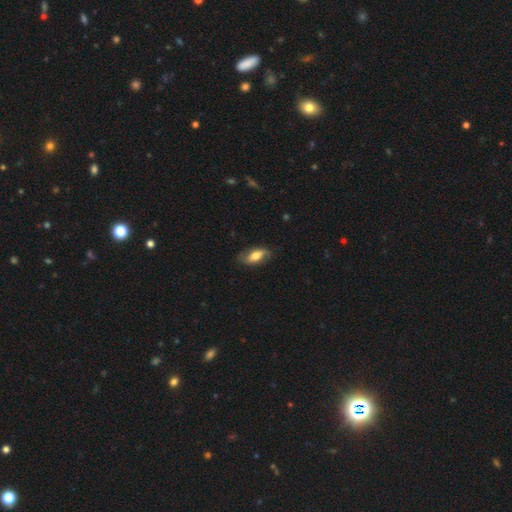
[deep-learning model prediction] Overall: smooth (52%; featured or disk 41%). How rounded: in between (88%). Merging: none (75%).